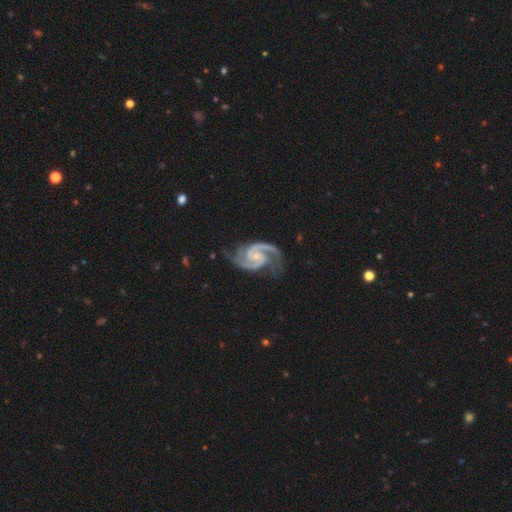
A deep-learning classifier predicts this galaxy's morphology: A featured or disk galaxy (94%) with no bar (54%), 2 (92%) medium (62%) spiral arms (99%) and a small central bulge (64%).

Vote fractions:
- Smooth or featured? featured or disk: 94% / star or artifact: 3% / smooth: 2%
- Edge-on disk? no: 98% / yes: 2%
- Bar? no: 54% / weak: 36% / strong: 10%
- Spiral arms? yes: 99% / no: 1%
- Spiral winding? medium: 62% / tight: 27% / loose: 11%
- Spiral arm count? 2: 92% / 3: 3% / can't tell: 1% / 1: 1% / 4: 1% / more than 4: 1%
- Bulge size? small: 64% / moderate: 22% / none: 12% / large: 1% / dominant: 1%
- Merging? none: 70% / minor disturbance: 20% / major disturbance: 8% / merger: 2%